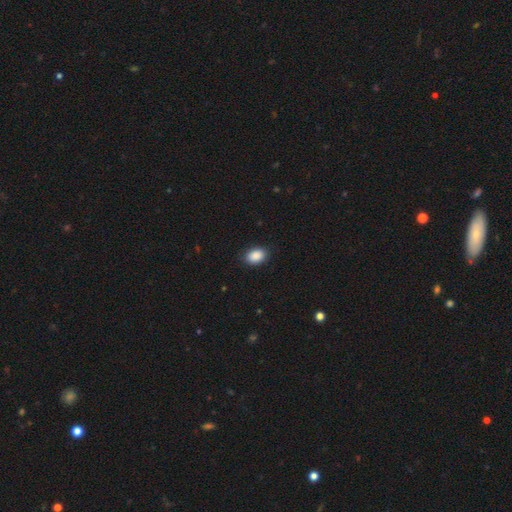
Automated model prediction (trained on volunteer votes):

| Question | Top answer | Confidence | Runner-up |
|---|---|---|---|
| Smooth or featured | smooth | 89% | star or artifact (7%) |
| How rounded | in between | 85% | round (14%) |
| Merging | none | 89% | minor disturbance (8%) |